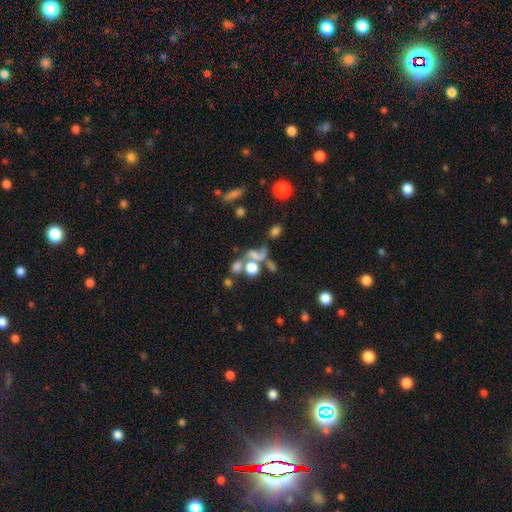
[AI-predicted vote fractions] smooth 47%, featured or disk 31%, star or artifact 23%. Down the decision tree: merging — merger (42%).